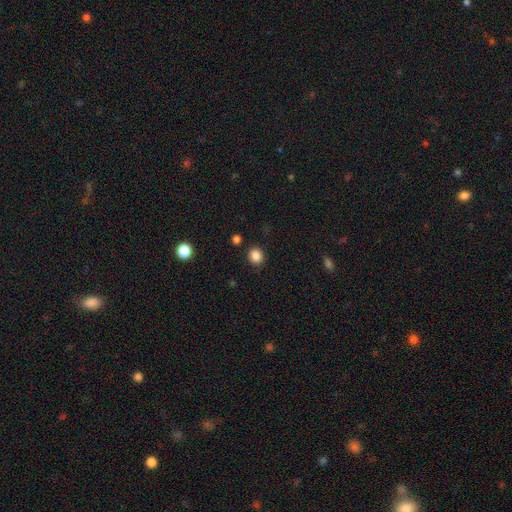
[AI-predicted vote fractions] smooth-or-featured: smooth: 86% | star or artifact: 11% | featured or disk: 3%
  how-rounded: round: 73% | in between: 26% | cigar-shaped: 1%
  merging: none: 87% | minor disturbance: 8% | major disturbance: 2% | merger: 2%